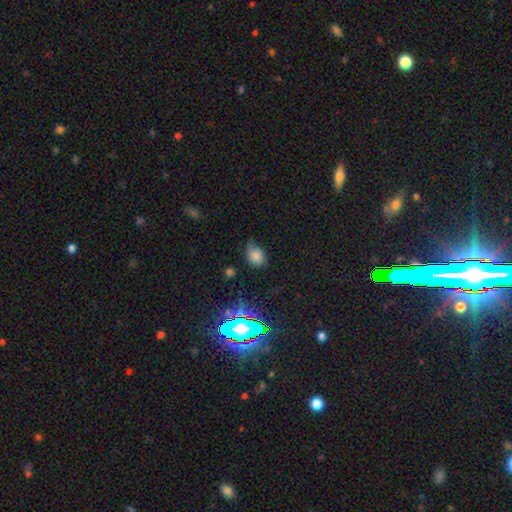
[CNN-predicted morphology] This is likely a smooth galaxy (63%). How rounded: possibly in between (52%). Merging: possibly none (51%).